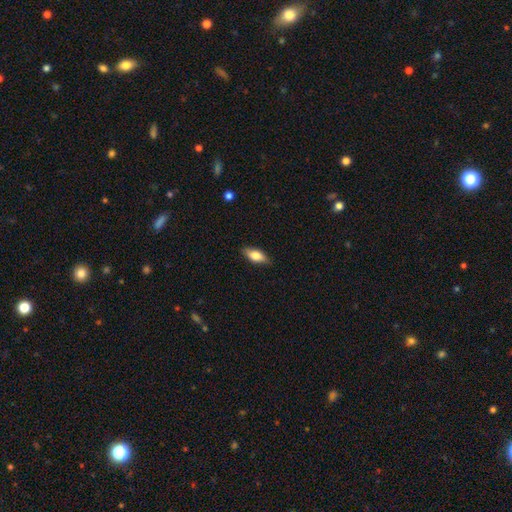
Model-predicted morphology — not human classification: A smooth galaxy with no disk features (74%) that is in between round and cigar-shaped (80%).

Vote fractions:
- Smooth or featured? smooth: 74% / featured or disk: 20% / star or artifact: 6%
- How rounded? in between: 80% / cigar-shaped: 17% / round: 3%
- Merging? none: 84% / minor disturbance: 13% / major disturbance: 2% / merger: 1%